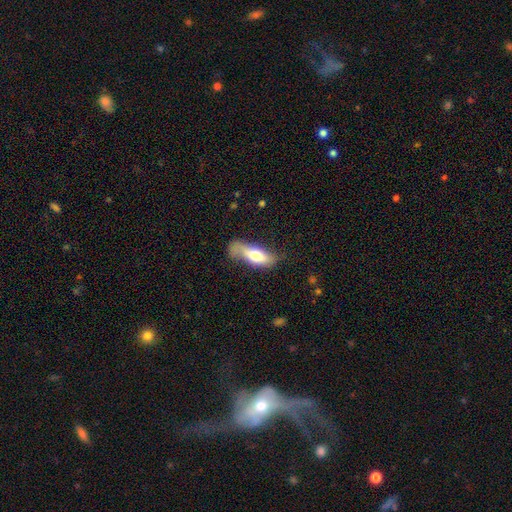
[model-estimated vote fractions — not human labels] Smooth or featured? smooth (65%)
How rounded? in between (64%)
Merging? none (44%)